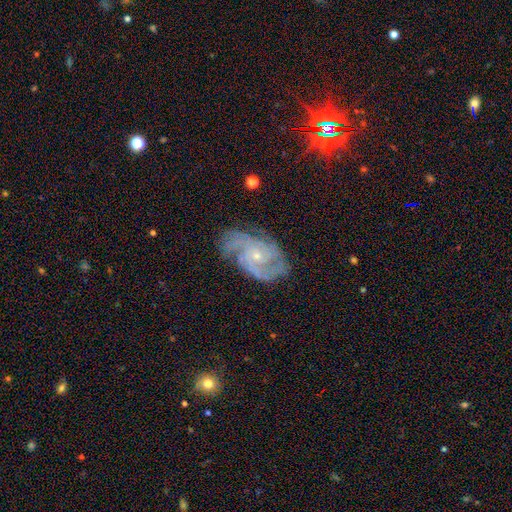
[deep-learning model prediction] The model was most divided on "spiral arm count": 3: 32%, 4: 24%, can't tell: 16%, 2: 14%, more than 4: 8%, 1: 7%. More confident: spiral arms — yes (98%); edge-on disk — no (97%); smooth or featured — featured or disk (88%); bulge size — small (77%); merging — none (74%); bar — no (72%); spiral winding — tight (54%).